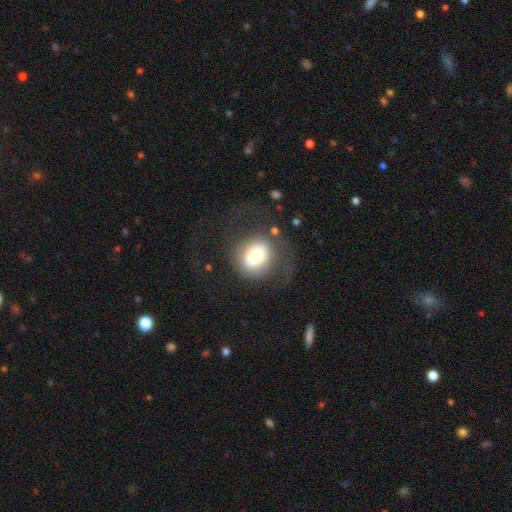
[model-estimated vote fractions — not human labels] smooth-or-featured: smooth: 65% | featured or disk: 26% | star or artifact: 9%
  how-rounded: round: 73% | in between: 26% | cigar-shaped: 1%
  merging: none: 45% | major disturbance: 34% | minor disturbance: 18% | merger: 3%